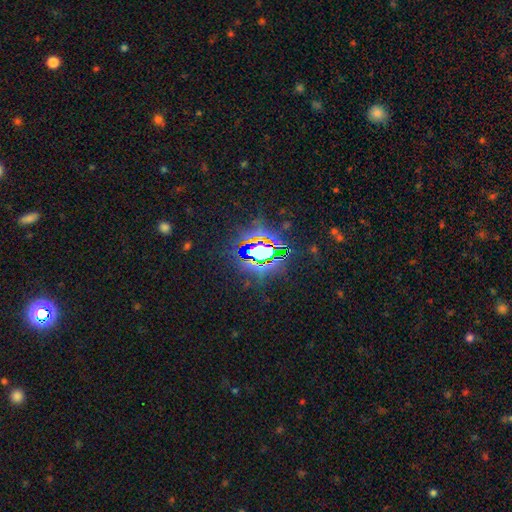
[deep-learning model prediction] Overall: star or artifact (80%).